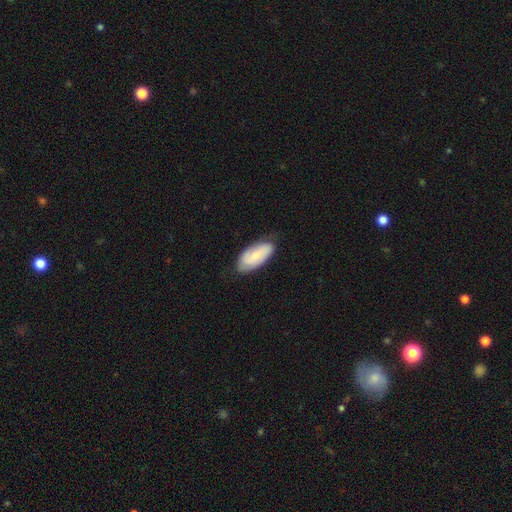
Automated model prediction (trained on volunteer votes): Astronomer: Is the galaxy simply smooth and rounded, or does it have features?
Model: smooth — 55% (runner-up: featured or disk, 39%).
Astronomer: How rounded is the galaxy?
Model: in between — 89%.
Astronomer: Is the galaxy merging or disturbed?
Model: none — 75%.